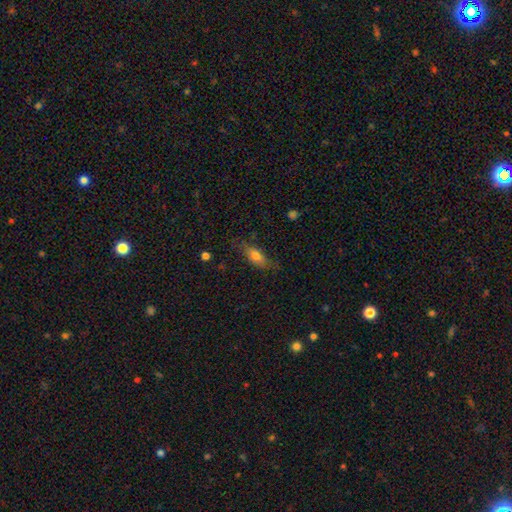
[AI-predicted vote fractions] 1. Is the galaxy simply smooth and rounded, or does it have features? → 72% smooth, 20% featured or disk, 8% star or artifact.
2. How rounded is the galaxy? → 73% in between, 24% cigar-shaped, 3% round.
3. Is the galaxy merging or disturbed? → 68% none, 23% minor disturbance, 8% major disturbance, 2% merger.